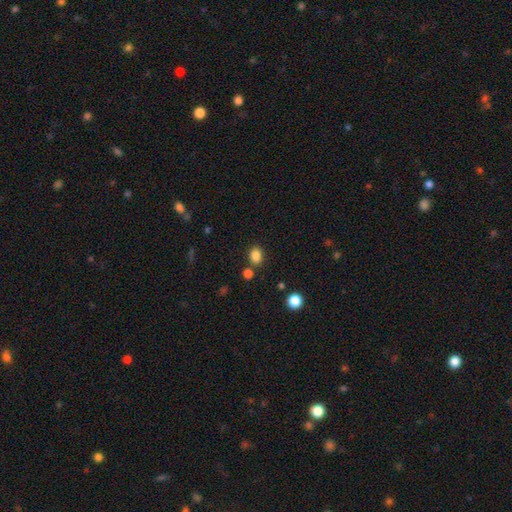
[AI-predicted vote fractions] Smooth or featured? smooth (84%)
How rounded? in between (56%)
Merging? none (78%)